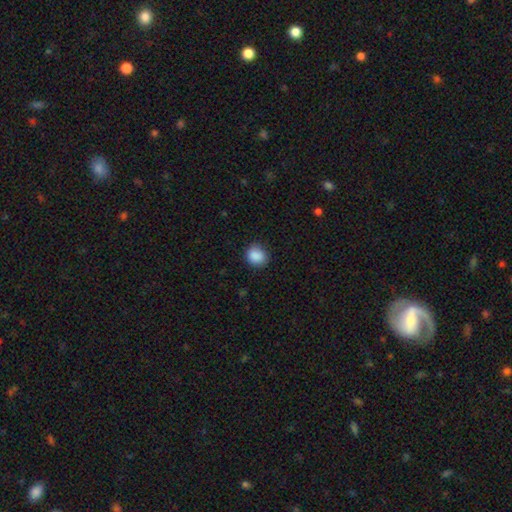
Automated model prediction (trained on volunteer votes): Q: Smooth or featured?
A: smooth (89%); runner-up: star or artifact (8%)
Q: How rounded?
A: round (74%); runner-up: in between (25%)
Q: Merging?
A: none (81%); runner-up: minor disturbance (15%)